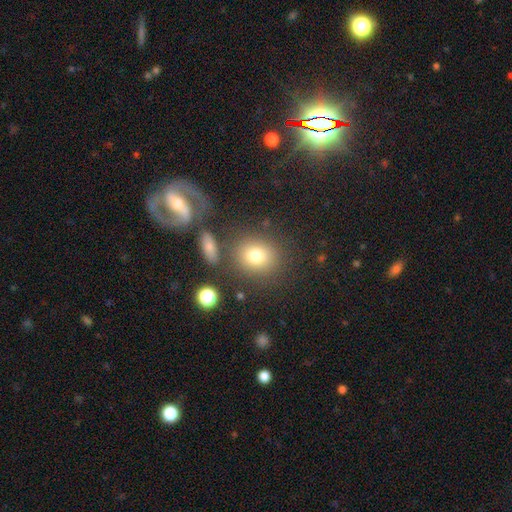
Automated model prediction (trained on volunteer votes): smooth 75%, star or artifact 14%, featured or disk 11%. Down the decision tree: how rounded — round (71%); merging — none (77%).